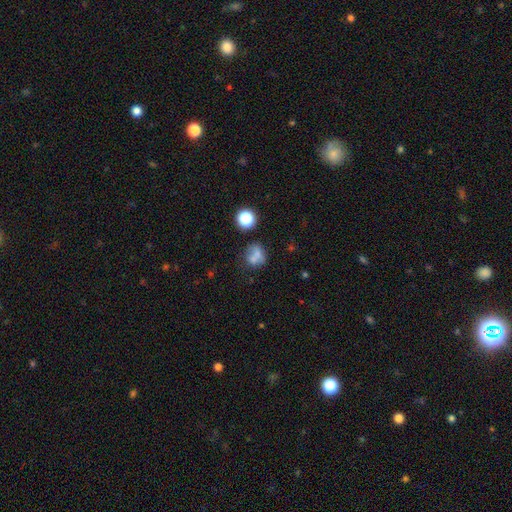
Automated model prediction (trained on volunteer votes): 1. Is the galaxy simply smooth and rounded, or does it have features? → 65% smooth, 19% featured or disk, 15% star or artifact.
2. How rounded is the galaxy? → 67% round, 31% in between, 2% cigar-shaped.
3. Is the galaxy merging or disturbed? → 46% none, 25% merger, 18% minor disturbance, 11% major disturbance.